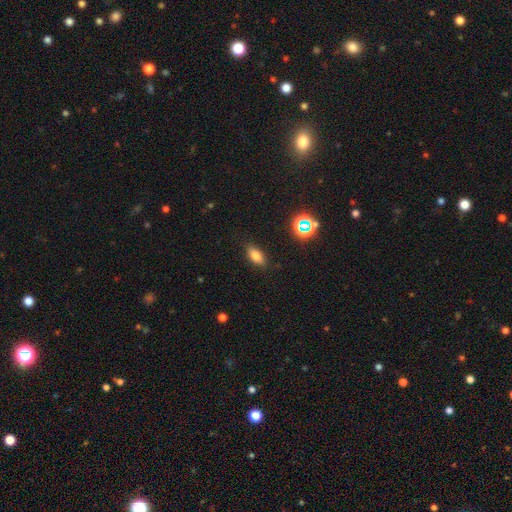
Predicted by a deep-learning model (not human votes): Smooth or featured? Predicted: smooth (p=0.78). How rounded? Predicted: in between (p=0.83). Merging? Predicted: none (p=0.86).